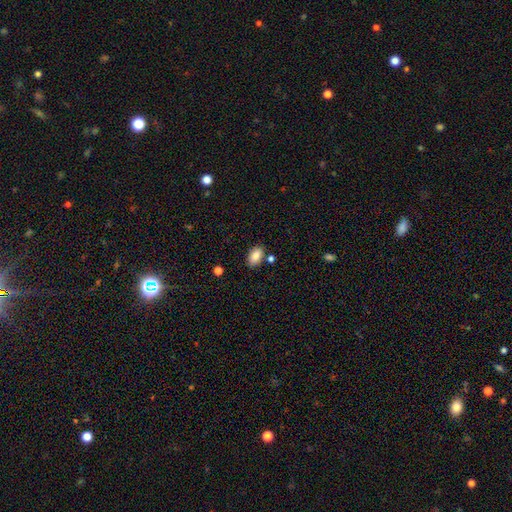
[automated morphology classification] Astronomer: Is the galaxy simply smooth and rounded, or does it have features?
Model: smooth — 85%.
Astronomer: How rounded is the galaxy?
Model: in between — 91%.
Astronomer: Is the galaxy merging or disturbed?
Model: none — 80%.